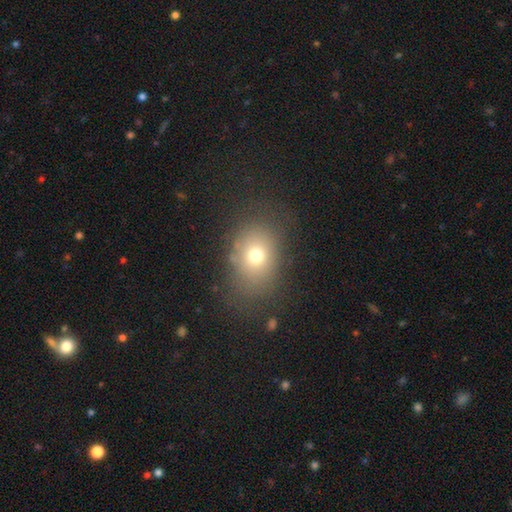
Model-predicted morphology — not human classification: Q: Smooth or featured?
A: smooth (70%); runner-up: star or artifact (15%)
Q: How rounded?
A: in between (57%); runner-up: round (42%)
Q: Merging?
A: none (73%); runner-up: minor disturbance (15%)